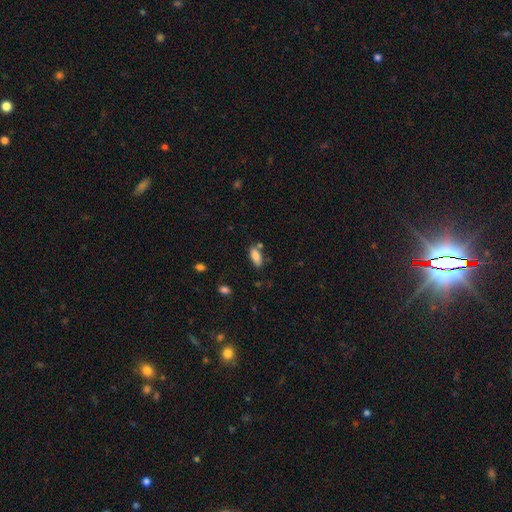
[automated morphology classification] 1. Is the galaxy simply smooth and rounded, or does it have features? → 85% smooth, 8% star or artifact, 7% featured or disk.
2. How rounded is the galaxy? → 82% in between, 16% cigar-shaped, 2% round.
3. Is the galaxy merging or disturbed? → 72% none, 15% minor disturbance, 9% merger, 4% major disturbance.